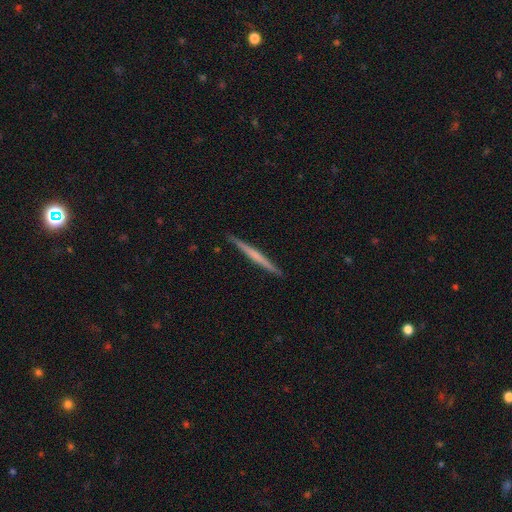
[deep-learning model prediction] A featured or disk galaxy (59%) viewed edge-on (98%) with no central bulge (70%).

Vote fractions:
- Smooth or featured? featured or disk: 59% / smooth: 36% / star or artifact: 5%
- Edge-on disk? yes: 98% / no: 2%
- Edge-on bulge? none: 70% / rounded: 21% / boxy: 9%
- Merging? none: 92% / minor disturbance: 6% / major disturbance: 1% / merger: 1%